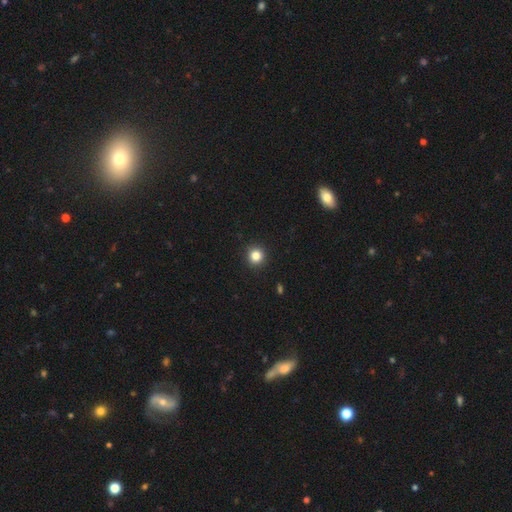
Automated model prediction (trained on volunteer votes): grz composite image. It shows a smooth galaxy with no disk features (83%) that is round (94%). Merging: none (93%).